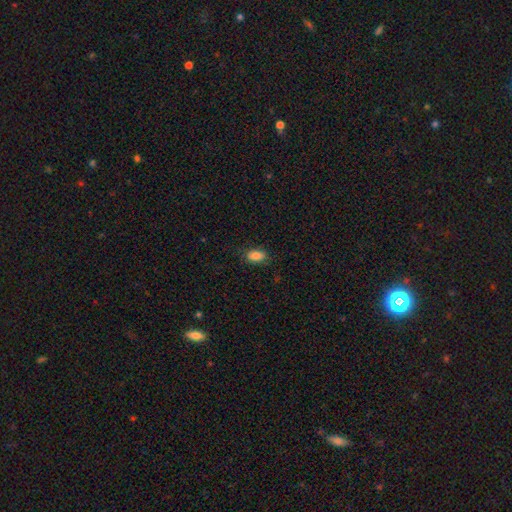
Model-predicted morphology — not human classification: Overall: smooth (87%). How rounded: in between (90%). Merging: none (82%).